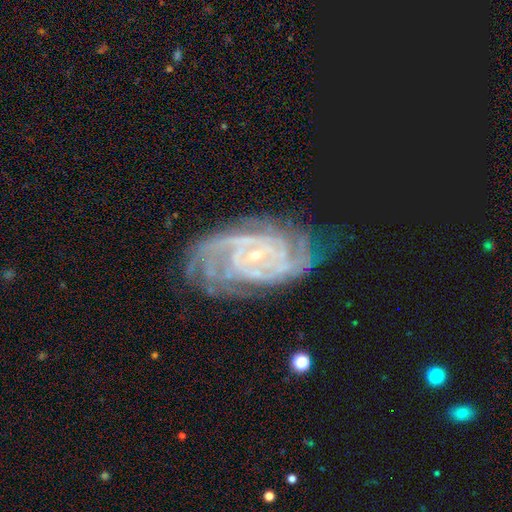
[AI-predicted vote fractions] featured or disk 90%, star or artifact 6%, smooth 4%. Down the decision tree: edge-on disk — no (96%); bar — no (62%); spiral arms — yes (98%); spiral arm count — can't tell (23%); spiral winding — tight (73%); bulge size — small (84%); merging — none (73%).